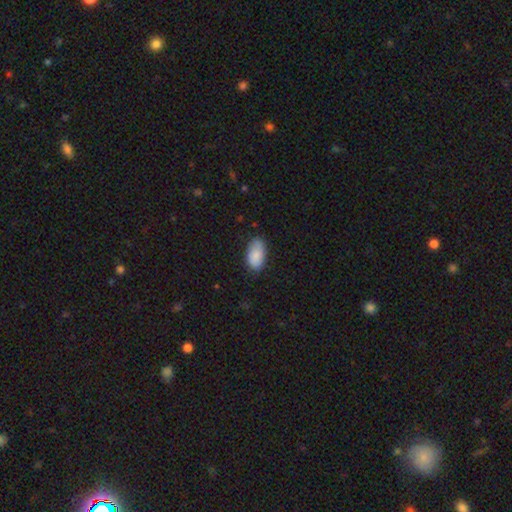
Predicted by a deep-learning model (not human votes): This is clearly a smooth galaxy (86%). How rounded: clearly in between (95%). Merging: likely none (74%).